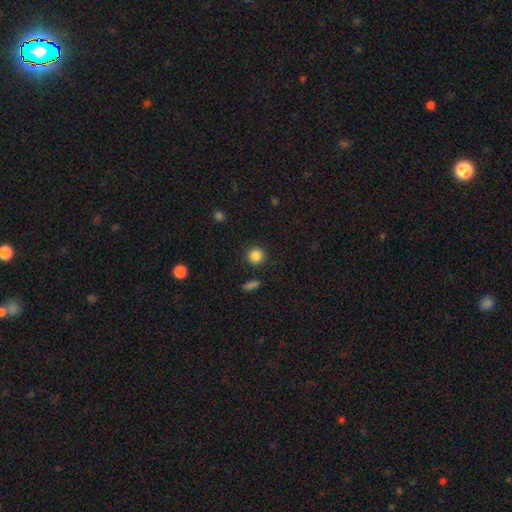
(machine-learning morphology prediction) Smooth or featured? Predicted: smooth (p=0.86). How rounded? Predicted: round (p=0.92). Merging? Predicted: none (p=0.90).